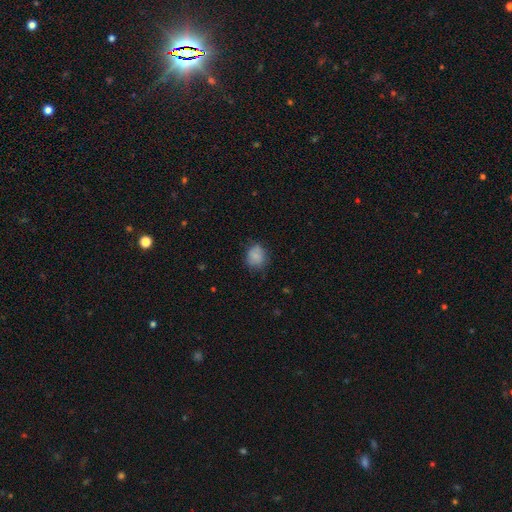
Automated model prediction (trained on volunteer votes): smooth-or-featured: smooth: 83% | star or artifact: 9% | featured or disk: 8%
  how-rounded: round: 65% | in between: 34% | cigar-shaped: 1%
  merging: none: 72% | minor disturbance: 22% | major disturbance: 5% | merger: 1%